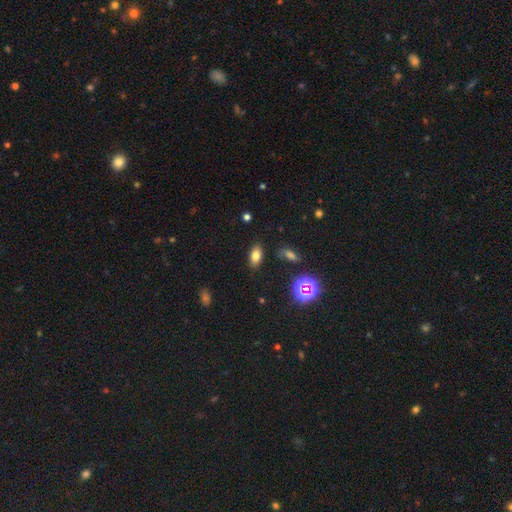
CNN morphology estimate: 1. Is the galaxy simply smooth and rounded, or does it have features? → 75% smooth, 16% star or artifact, 10% featured or disk.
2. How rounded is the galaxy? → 87% in between, 8% round, 5% cigar-shaped.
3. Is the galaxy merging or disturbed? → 84% none, 10% minor disturbance, 3% major disturbance, 2% merger.